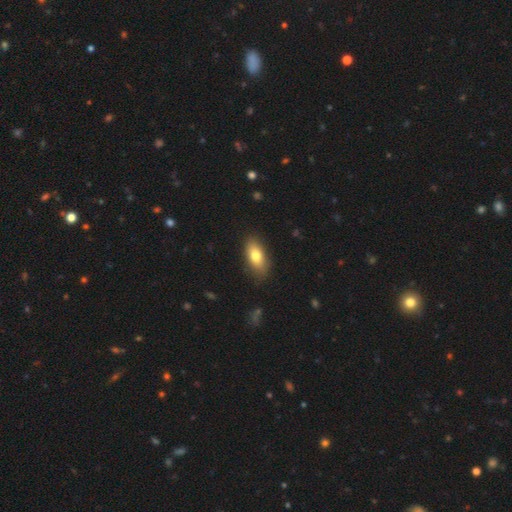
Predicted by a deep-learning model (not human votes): smooth-or-featured: smooth: 77% | featured or disk: 16% | star or artifact: 7%
  how-rounded: in between: 86% | cigar-shaped: 9% | round: 5%
  merging: none: 82% | minor disturbance: 13% | major disturbance: 3% | merger: 1%